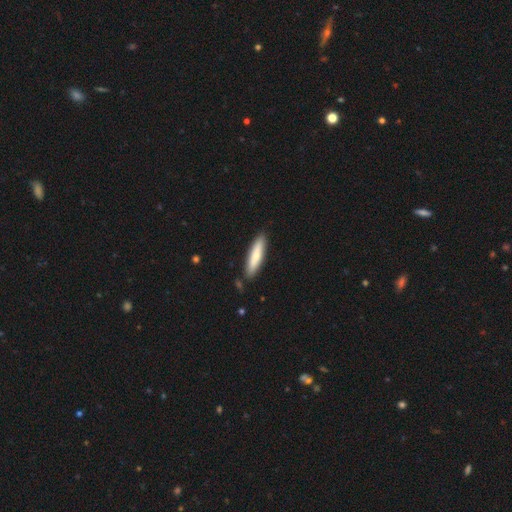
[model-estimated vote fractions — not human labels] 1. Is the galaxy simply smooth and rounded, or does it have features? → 75% smooth, 20% featured or disk, 5% star or artifact.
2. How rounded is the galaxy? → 79% cigar-shaped, 19% in between, 1% round.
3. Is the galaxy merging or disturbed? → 87% none, 9% minor disturbance, 2% merger, 2% major disturbance.